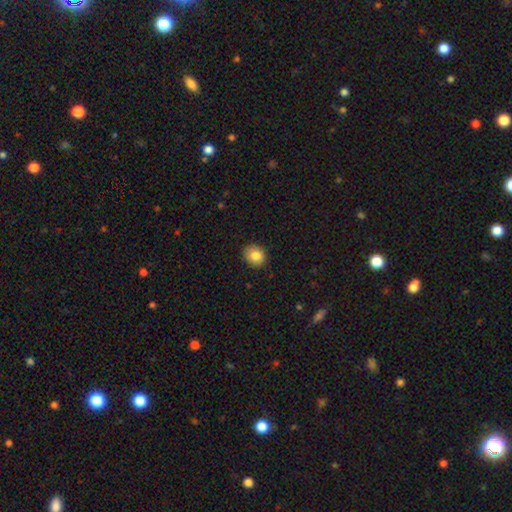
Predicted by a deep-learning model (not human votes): Q: Smooth or featured?
A: smooth (83%); runner-up: star or artifact (9%)
Q: How rounded?
A: round (67%); runner-up: in between (32%)
Q: Merging?
A: none (87%); runner-up: minor disturbance (10%)